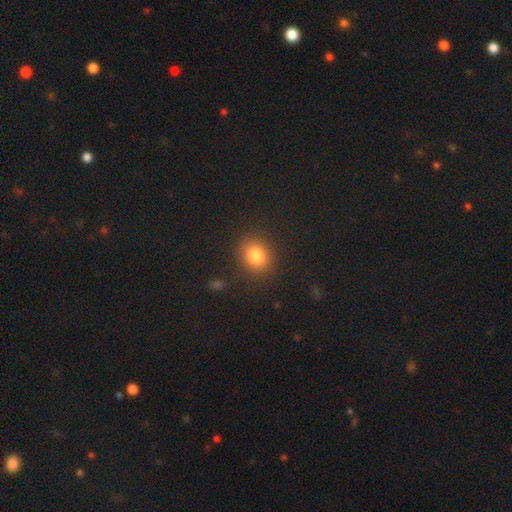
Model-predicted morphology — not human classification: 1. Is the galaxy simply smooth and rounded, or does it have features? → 82% smooth, 11% star or artifact, 7% featured or disk.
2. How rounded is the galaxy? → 59% round, 40% in between, 1% cigar-shaped.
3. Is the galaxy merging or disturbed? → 86% none, 9% minor disturbance, 3% major disturbance, 2% merger.